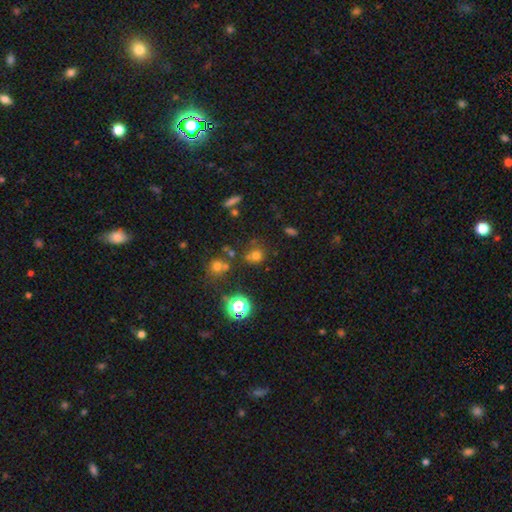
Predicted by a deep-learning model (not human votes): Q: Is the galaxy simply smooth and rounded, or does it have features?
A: smooth — 65%.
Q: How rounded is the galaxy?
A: round — 79%.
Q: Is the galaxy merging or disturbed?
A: none — 62%.